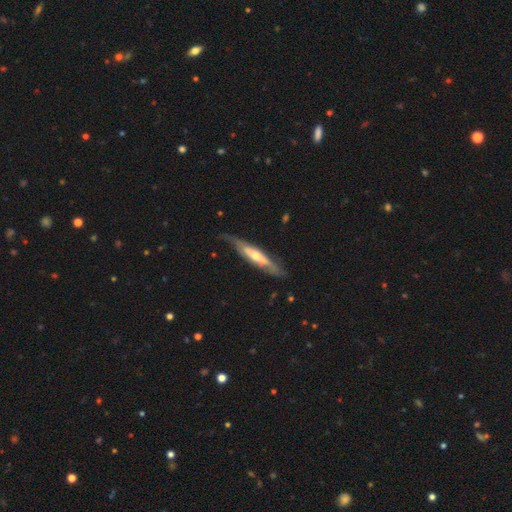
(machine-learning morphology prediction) A featured or disk galaxy (71%) viewed edge-on (65%).

Vote fractions:
- Smooth or featured? featured or disk: 71% / smooth: 24% / star or artifact: 5%
- Edge-on disk? yes: 65% / no: 35%
- Merging? none: 69% / minor disturbance: 22% / major disturbance: 7% / merger: 2%